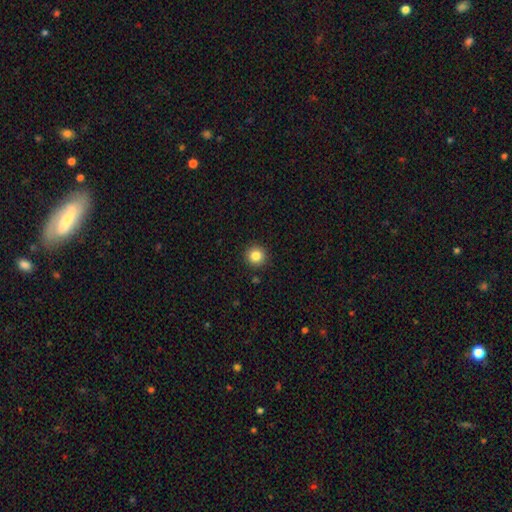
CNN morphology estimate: Smooth or featured? Predicted: smooth (p=0.84). How rounded? Predicted: round (p=0.95). Merging? Predicted: none (p=0.92).